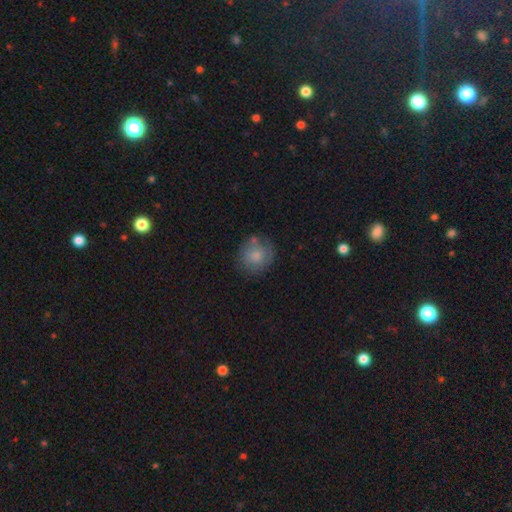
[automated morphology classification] Smooth or featured? smooth (73%)
How rounded? round (86%)
Merging? none (68%)